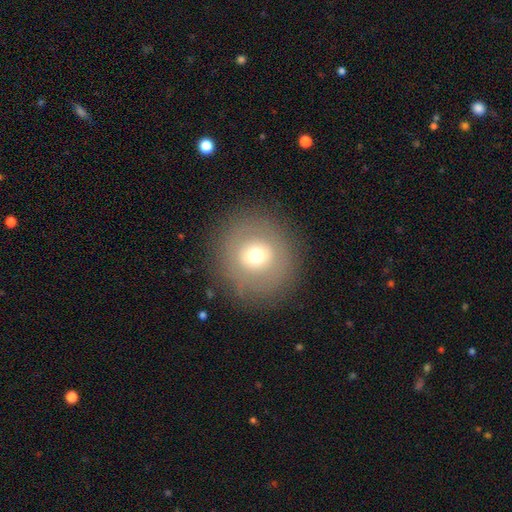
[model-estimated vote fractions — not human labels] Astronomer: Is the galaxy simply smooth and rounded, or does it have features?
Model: smooth — 62%.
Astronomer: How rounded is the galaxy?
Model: round — 93%.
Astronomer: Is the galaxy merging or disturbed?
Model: none — 86%.